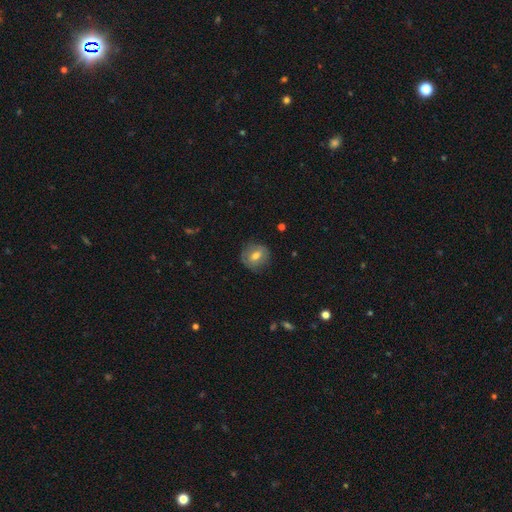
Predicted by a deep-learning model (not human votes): smooth_or_featured: smooth (p=0.62) [alt: featured or disk p=0.29]
how_rounded: round (p=0.76) [alt: in between p=0.23]
merging: none (p=0.78) [alt: minor disturbance p=0.16]